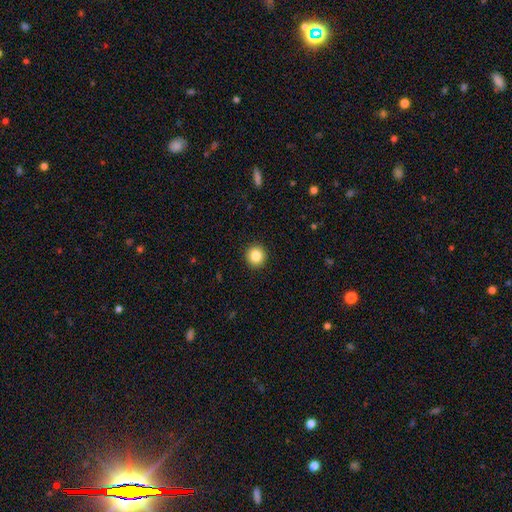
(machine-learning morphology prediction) The model was most divided on "smooth or featured": smooth: 85%, star or artifact: 10%, featured or disk: 5%. More confident: how rounded — round (93%); merging — none (93%).